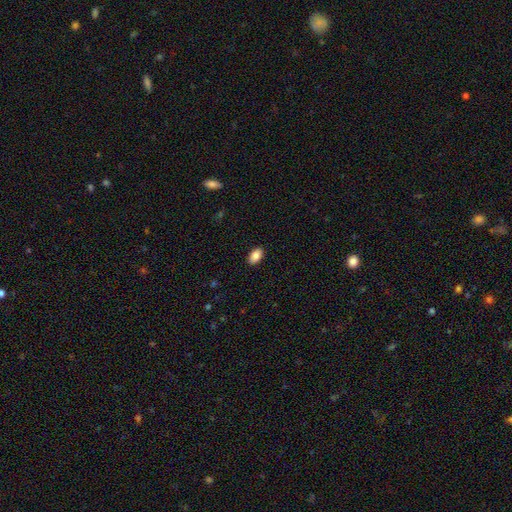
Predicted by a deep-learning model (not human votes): A smooth galaxy with no disk features (86%) that is in between round and cigar-shaped (93%). Merging: none (90%).